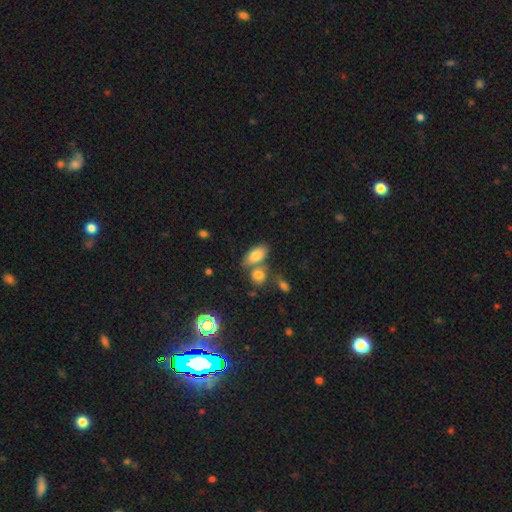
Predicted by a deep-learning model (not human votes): Overall: smooth (79%). How rounded: in between (89%). Merging: none (52%; merger 33%).